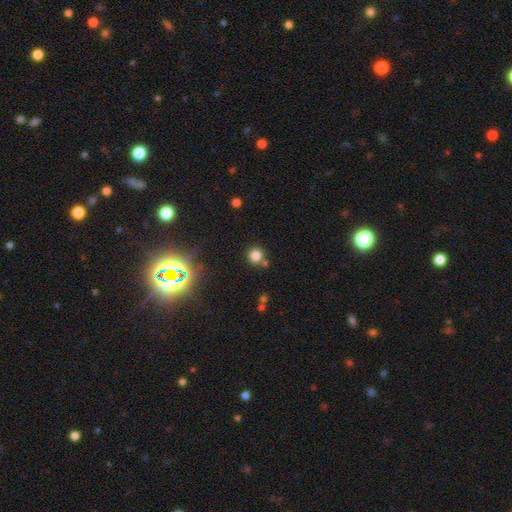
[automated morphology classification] A smooth galaxy with no disk features (77%) that is round (93%). Merging: none (76%).